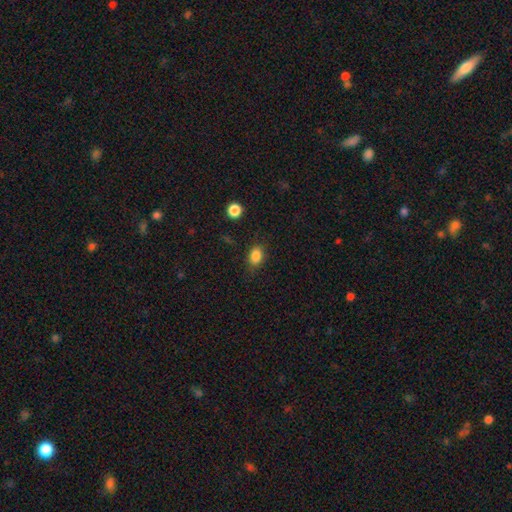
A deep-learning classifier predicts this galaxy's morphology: type=smooth (85%); roundness=in between (71%); merging=none (79%).